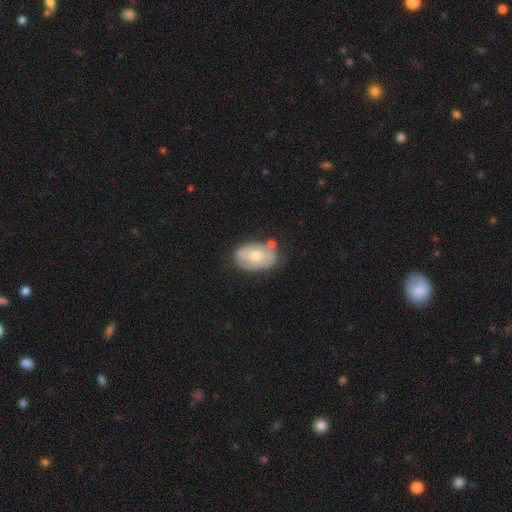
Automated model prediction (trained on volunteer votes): Smooth or featured? Predicted: smooth (p=0.50). Merging? Predicted: none (p=0.65).